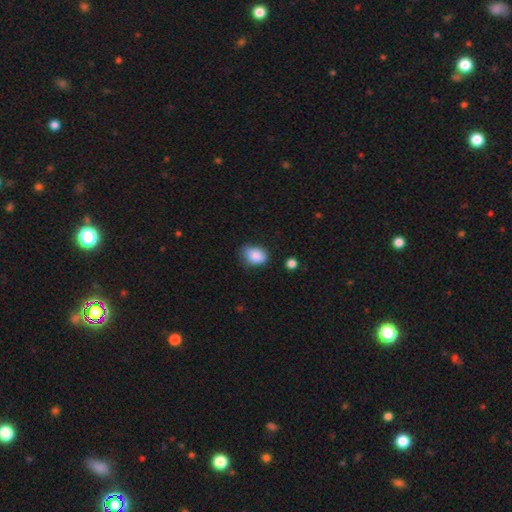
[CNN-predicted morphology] This is clearly a smooth galaxy (86%). How rounded: likely in between (72%). Merging: likely none (61%).